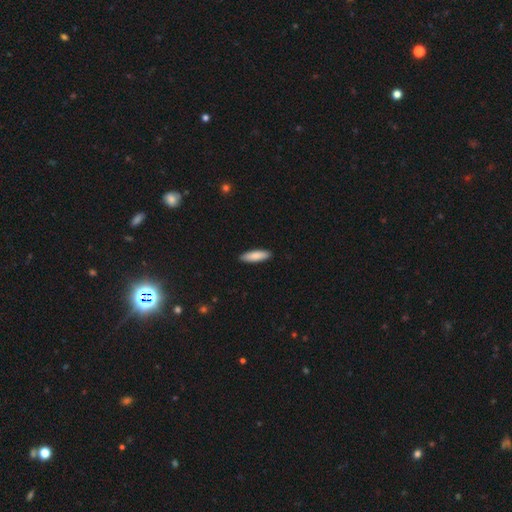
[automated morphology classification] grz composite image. It shows a smooth galaxy with no disk features (86%) that is cigar-shaped (56%). Merging: none (91%).